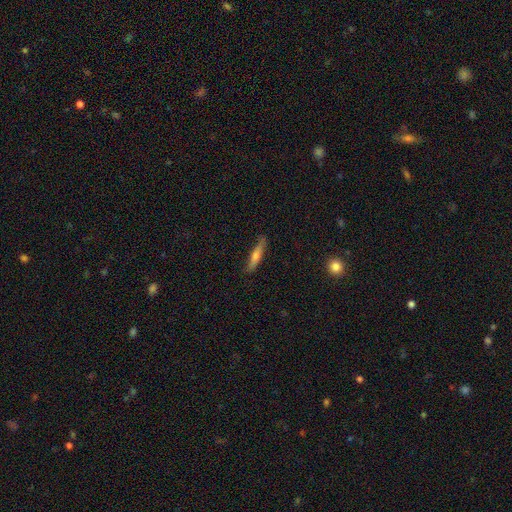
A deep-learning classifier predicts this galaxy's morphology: smooth 47%, featured or disk 46%, star or artifact 7%. Down the decision tree: merging — none (86%).